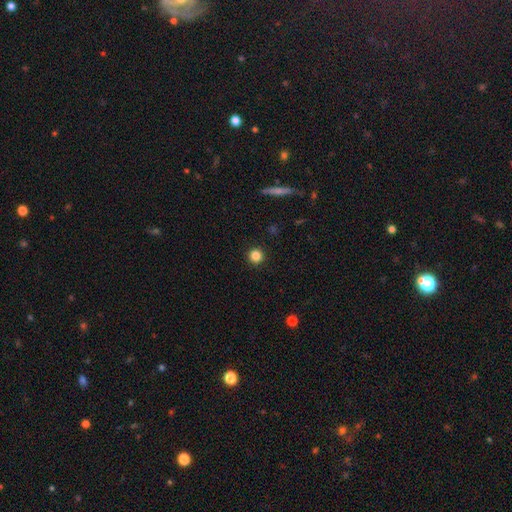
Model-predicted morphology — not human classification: smooth_or_featured: smooth (p=0.84) [alt: star or artifact p=0.11]
how_rounded: round (p=0.96) [alt: in between p=0.03]
merging: none (p=0.93) [alt: minor disturbance p=0.05]